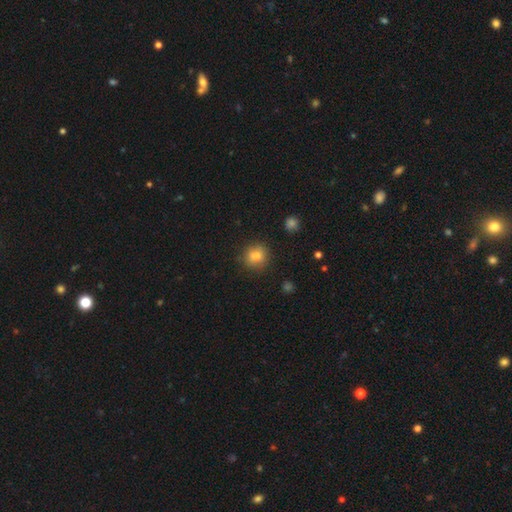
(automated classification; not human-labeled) smooth-or-featured: smooth: 82% | star or artifact: 11% | featured or disk: 7%
  how-rounded: round: 83% | in between: 16% | cigar-shaped: 1%
  merging: none: 82% | minor disturbance: 12% | major disturbance: 3% | merger: 2%